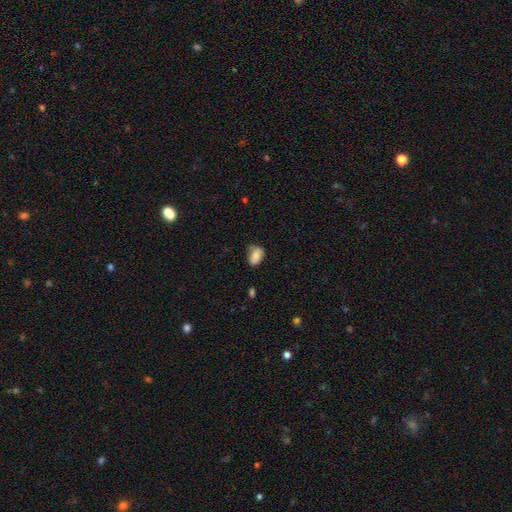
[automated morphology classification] Overall: smooth (81%). How rounded: in between (79%). Merging: none (56%; minor disturbance 34%).